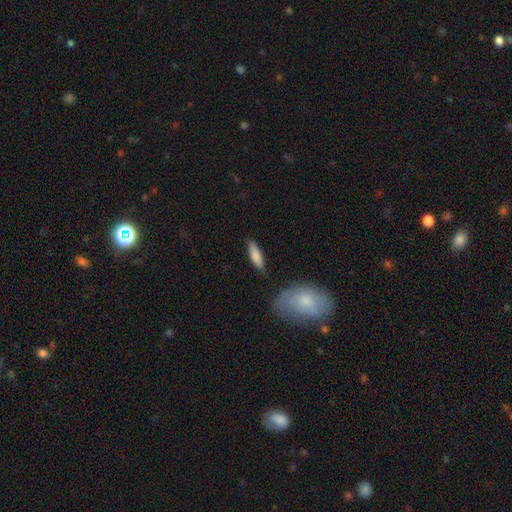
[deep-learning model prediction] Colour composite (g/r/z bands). It shows a smooth galaxy with no disk features (80%) that is cigar-shaped (60%). Merging: none (81%).